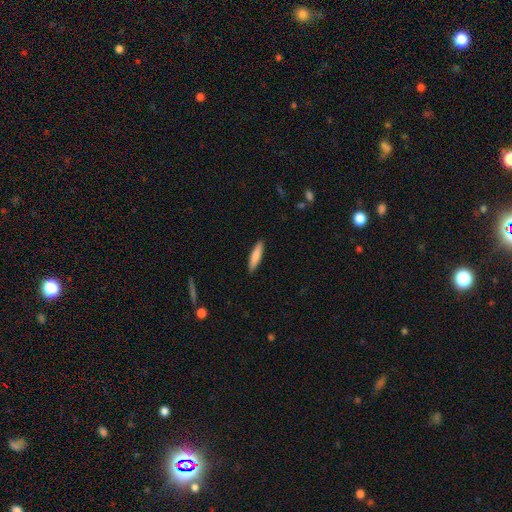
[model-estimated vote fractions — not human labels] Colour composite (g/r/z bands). It shows a smooth galaxy with no disk features (80%) that is cigar-shaped (82%). Merging: none (90%).